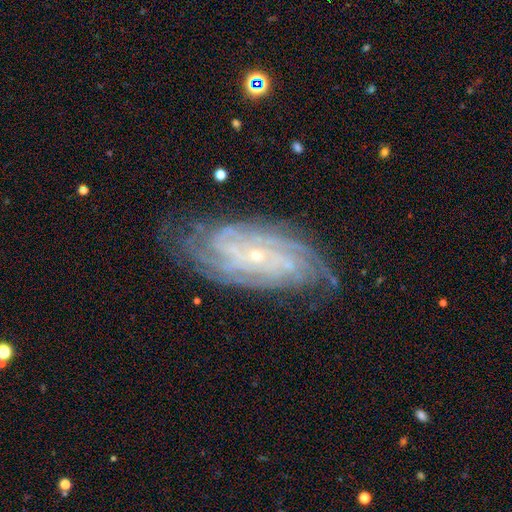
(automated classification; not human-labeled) Overall: featured or disk (88%). Edge-on disk: no (95%). Bar: no (66%). Spiral arms: yes (98%). Spiral arm count: 4 (24%, tied with can't tell). Spiral winding: tight (78%). Bulge size: small (86%). Merging: none (78%).